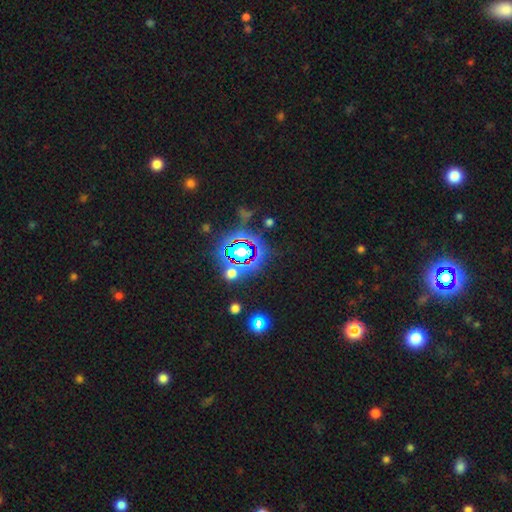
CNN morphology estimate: Smooth or featured?
  - star or artifact: 81% *
  - smooth: 11%
  - featured or disk: 8%